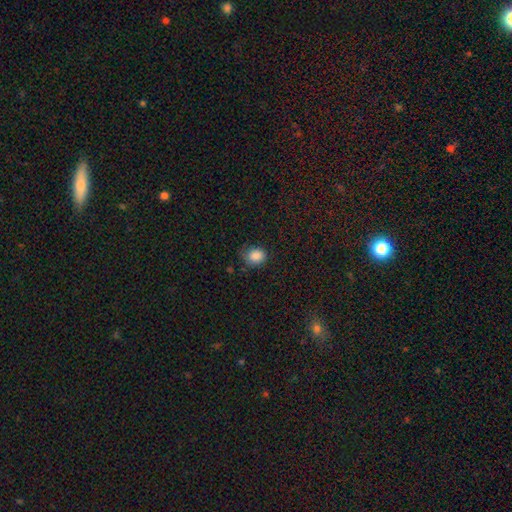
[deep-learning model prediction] Q: Smooth or featured?
A: smooth (86%); runner-up: star or artifact (9%)
Q: How rounded?
A: round (52%); runner-up: in between (47%)
Q: Merging?
A: none (62%); runner-up: minor disturbance (28%)